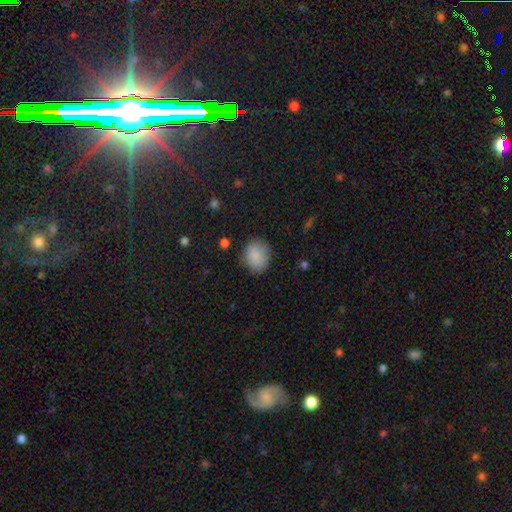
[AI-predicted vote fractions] The model was most divided on "how rounded": round: 65%, in between: 34%, cigar-shaped: 1%. More confident: smooth or featured — smooth (87%); merging — none (81%).